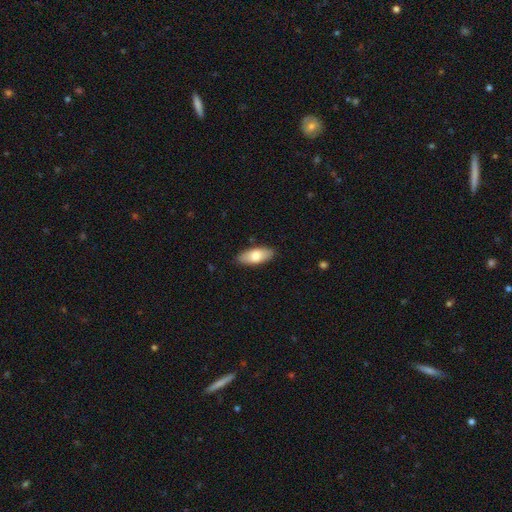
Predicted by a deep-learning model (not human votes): Smooth or featured?
  - smooth: 77% *
  - featured or disk: 18%
  - star or artifact: 6%
How rounded?
  - in between: 84% *
  - cigar-shaped: 14%
  - round: 2%
Merging?
  - none: 87% *
  - minor disturbance: 10%
  - major disturbance: 2%
  - merger: 1%